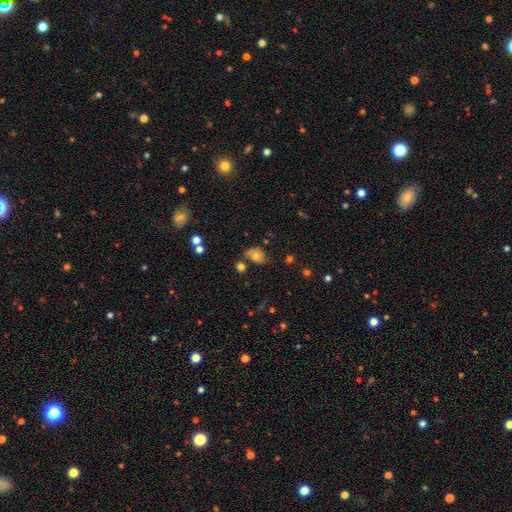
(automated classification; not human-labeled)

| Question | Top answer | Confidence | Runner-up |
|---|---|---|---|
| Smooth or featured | smooth | 63% | featured or disk (23%) |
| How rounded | in between | 67% | round (31%) |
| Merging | none | 57% | minor disturbance (24%) |